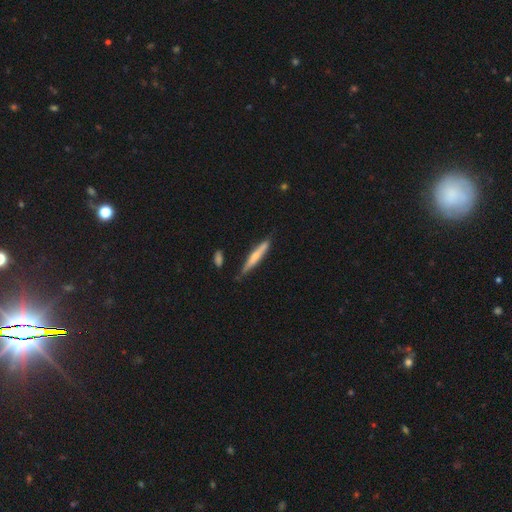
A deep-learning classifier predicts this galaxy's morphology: Smooth or featured: smooth — 56% (featured or disk — 38%)
How rounded: cigar-shaped — 93% (in between — 6%)
Merging: none — 79% (minor disturbance — 16%)